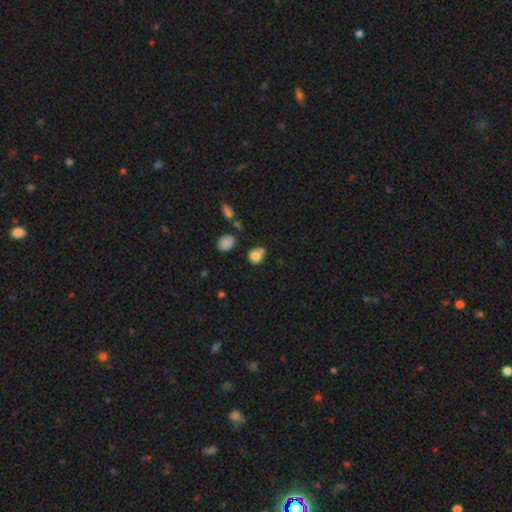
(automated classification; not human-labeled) A smooth galaxy with no disk features (81%) that is round (72%). Merging: none (53%).